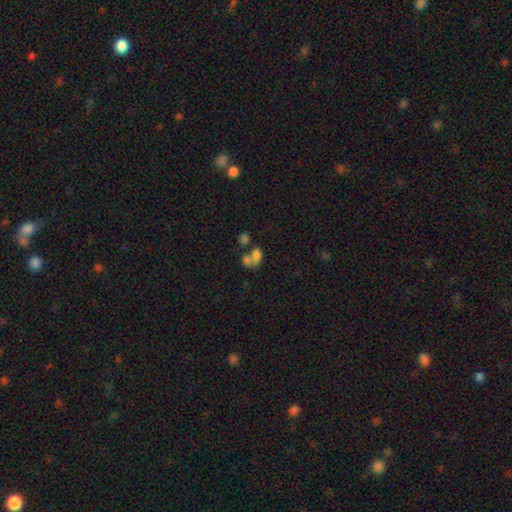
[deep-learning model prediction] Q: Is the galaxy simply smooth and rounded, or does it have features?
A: smooth — 43%.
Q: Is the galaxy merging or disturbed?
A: none — 42%.